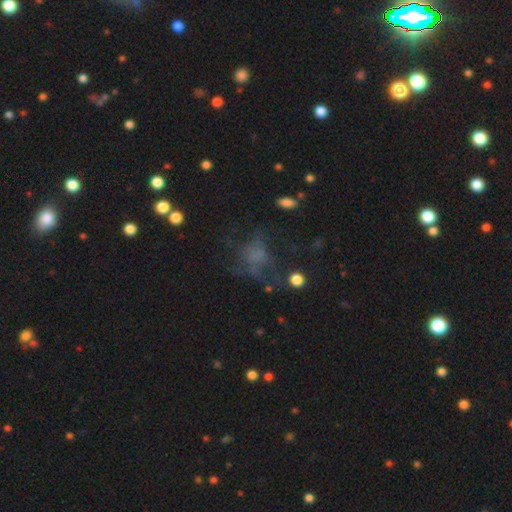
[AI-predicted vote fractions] This appears to be a smooth galaxy with no disk features (44%). Merging: none (45%).